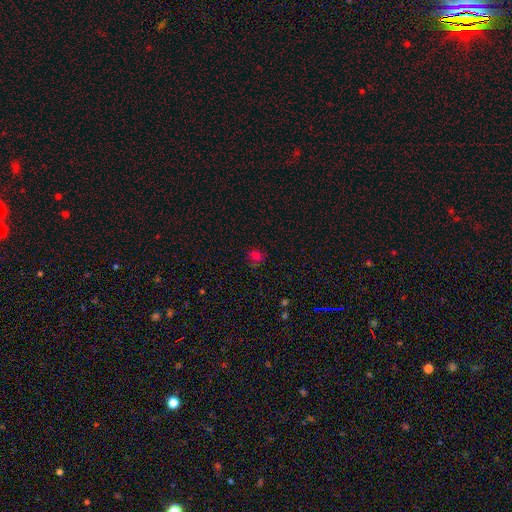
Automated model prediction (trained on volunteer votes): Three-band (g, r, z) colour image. It shows a smooth galaxy with no disk features (66%) that is round (78%). Merging: none (75%).